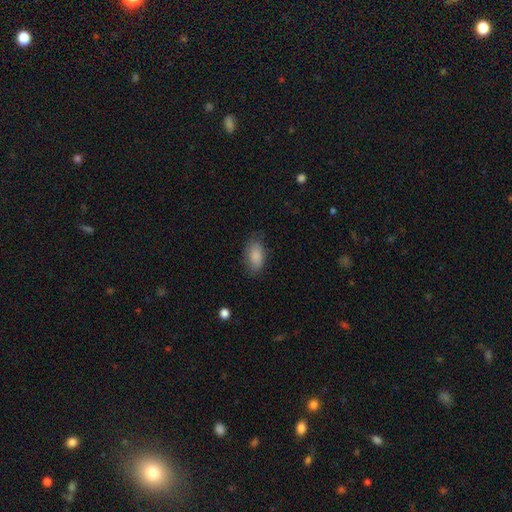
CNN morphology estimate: A smooth galaxy with no disk features (87%) that is in between round and cigar-shaped (92%).

Vote fractions:
- Smooth or featured? smooth: 87% / star or artifact: 7% / featured or disk: 7%
- How rounded? in between: 92% / round: 5% / cigar-shaped: 3%
- Merging? none: 75% / minor disturbance: 19% / major disturbance: 5% / merger: 1%